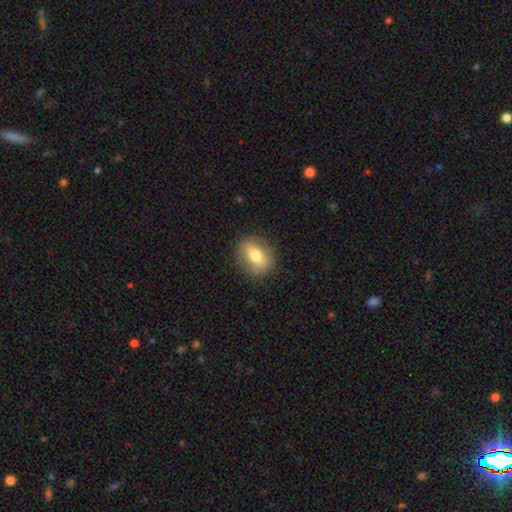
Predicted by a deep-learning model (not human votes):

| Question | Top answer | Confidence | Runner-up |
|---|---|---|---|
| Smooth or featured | smooth | 65% | featured or disk (27%) |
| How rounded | in between | 50% | round (47%) |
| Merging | none | 85% | minor disturbance (11%) |